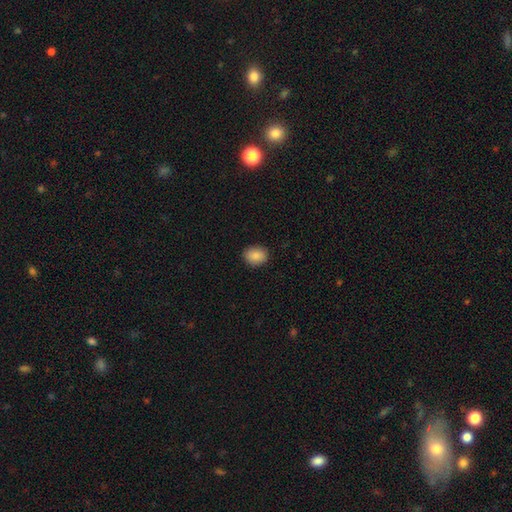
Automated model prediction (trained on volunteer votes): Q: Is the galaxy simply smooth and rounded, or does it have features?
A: smooth — 87%.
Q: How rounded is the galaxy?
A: in between — 51%.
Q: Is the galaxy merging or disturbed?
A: none — 90%.